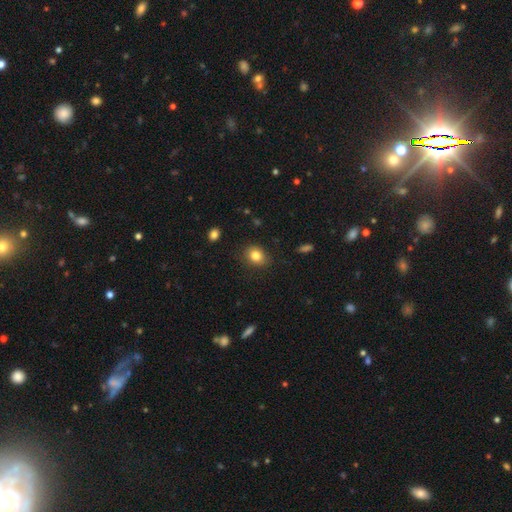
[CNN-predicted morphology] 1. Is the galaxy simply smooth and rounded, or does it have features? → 83% smooth, 10% star or artifact, 7% featured or disk.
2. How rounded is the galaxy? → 52% round, 47% in between, 1% cigar-shaped.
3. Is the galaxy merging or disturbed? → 85% none, 11% minor disturbance, 3% major disturbance, 1% merger.